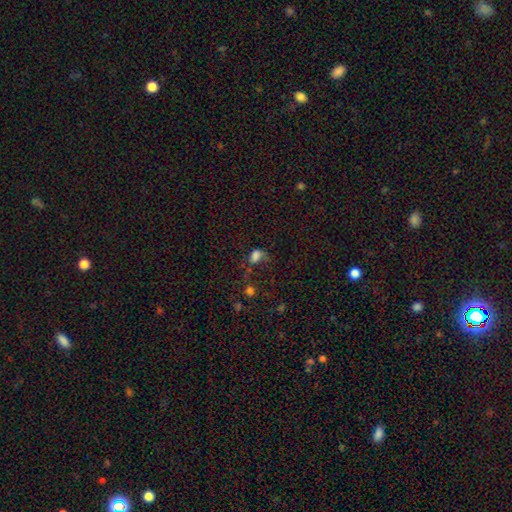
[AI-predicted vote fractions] The model was most divided on "merging": none: 34%, major disturbance: 33%, minor disturbance: 24%, merger: 8%. More confident: how rounded — in between (75%); smooth or featured — smooth (67%).